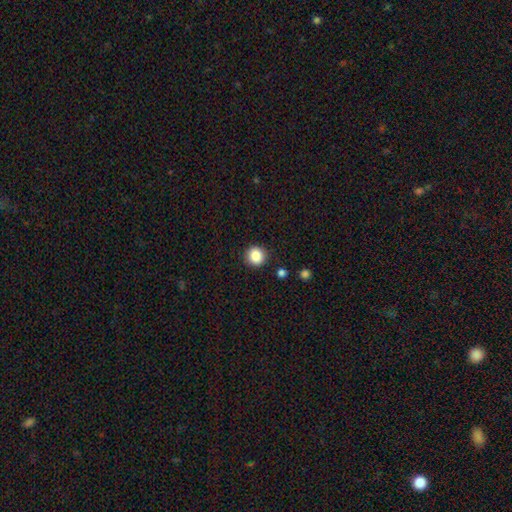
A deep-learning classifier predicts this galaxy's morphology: type=smooth (86%); roundness=round (91%); merging=none (90%).